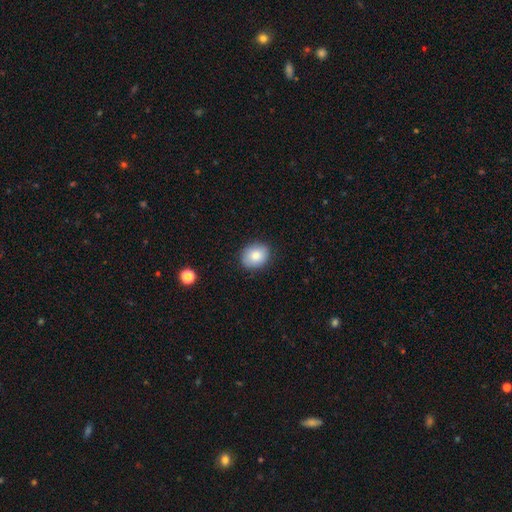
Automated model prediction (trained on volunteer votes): Morphology: type=smooth (83%); roundness=round (56%); merging=none (87%).